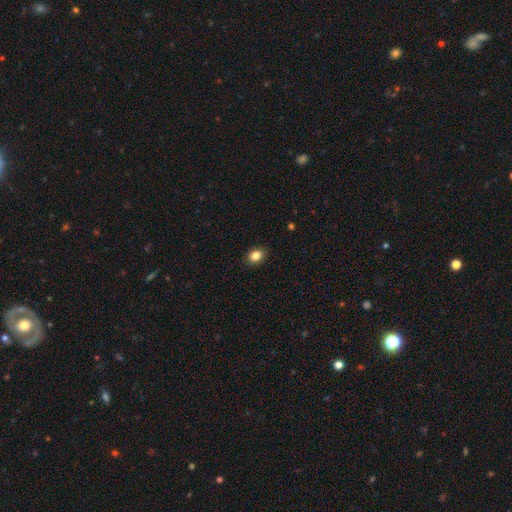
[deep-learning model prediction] Q: Smooth or featured?
A: smooth (84%); runner-up: star or artifact (10%)
Q: How rounded?
A: in between (56%); runner-up: round (43%)
Q: Merging?
A: none (89%); runner-up: minor disturbance (8%)